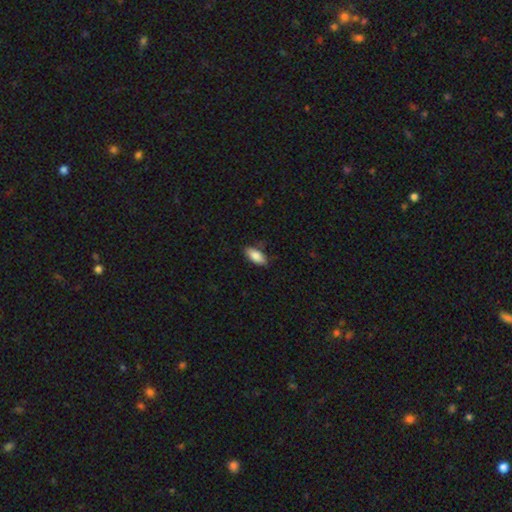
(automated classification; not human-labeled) Smooth or featured? Predicted: smooth (p=0.84). How rounded? Predicted: in between (p=0.85). Merging? Predicted: none (p=0.80).